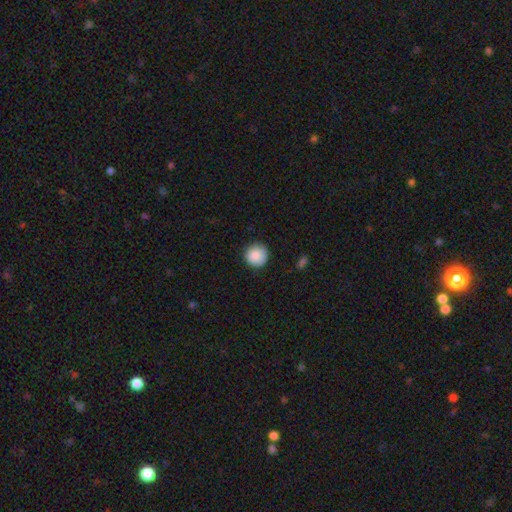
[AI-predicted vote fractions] Q: Smooth or featured?
A: smooth (88%); runner-up: star or artifact (8%)
Q: How rounded?
A: round (95%); runner-up: in between (4%)
Q: Merging?
A: none (86%); runner-up: minor disturbance (11%)